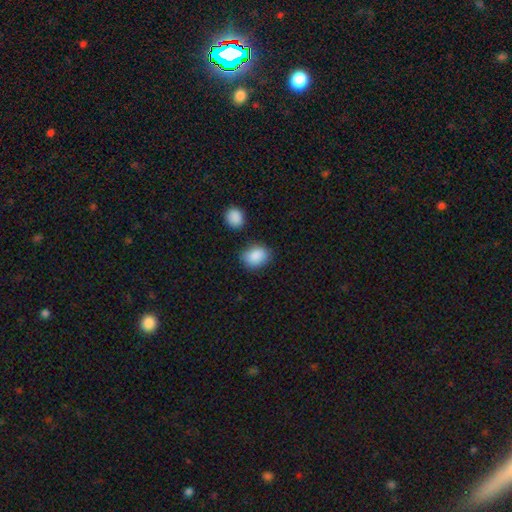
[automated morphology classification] A smooth galaxy with no disk features (89%) that is in between round and cigar-shaped (65%). Merging: none (77%).